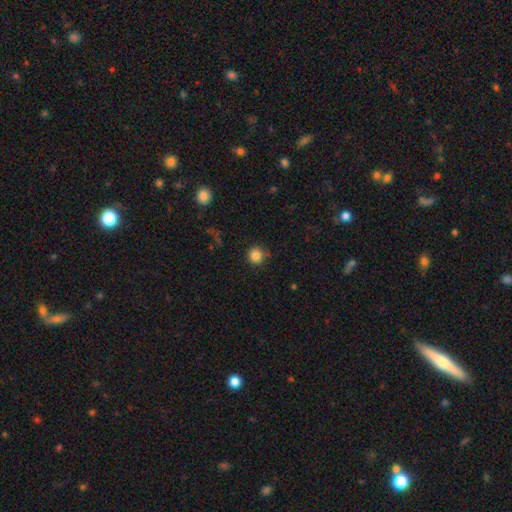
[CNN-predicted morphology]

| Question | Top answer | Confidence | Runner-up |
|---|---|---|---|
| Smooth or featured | smooth | 85% | star or artifact (11%) |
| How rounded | round | 93% | in between (6%) |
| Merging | none | 86% | minor disturbance (9%) |